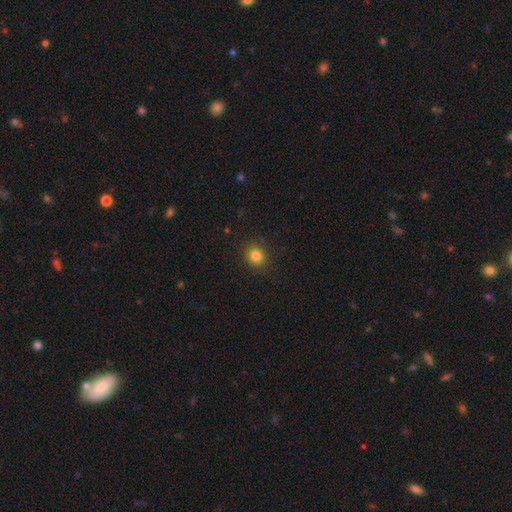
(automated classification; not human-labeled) Q: Smooth or featured?
A: smooth (83%); runner-up: star or artifact (12%)
Q: How rounded?
A: round (76%); runner-up: in between (24%)
Q: Merging?
A: none (89%); runner-up: minor disturbance (8%)